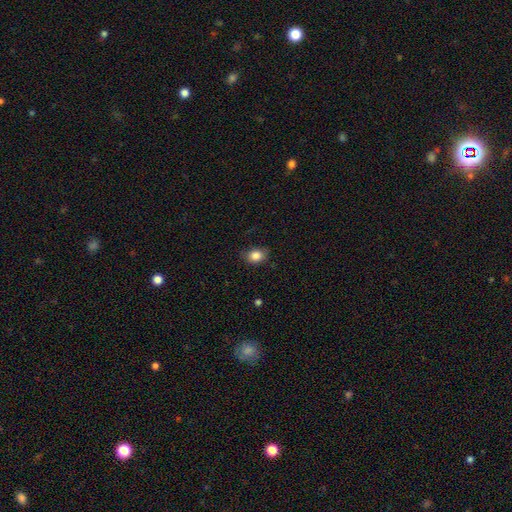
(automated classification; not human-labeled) Overall: smooth (85%). How rounded: in between (55%; round 44%). Merging: none (79%).